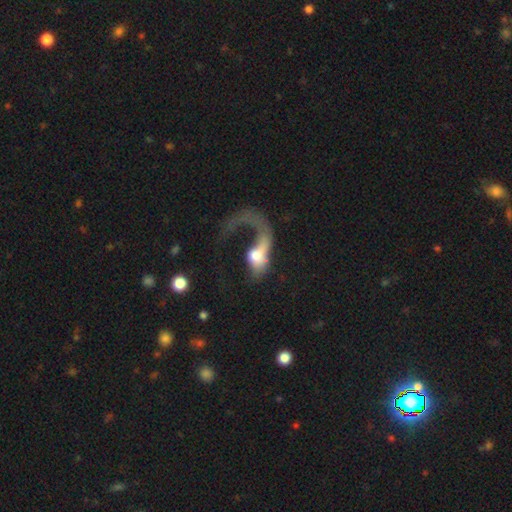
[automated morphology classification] The model was most divided on "smooth or featured": featured or disk: 51%, smooth: 41%, star or artifact: 8%. More confident: edge-on disk — no (93%); merging — major disturbance (69%).